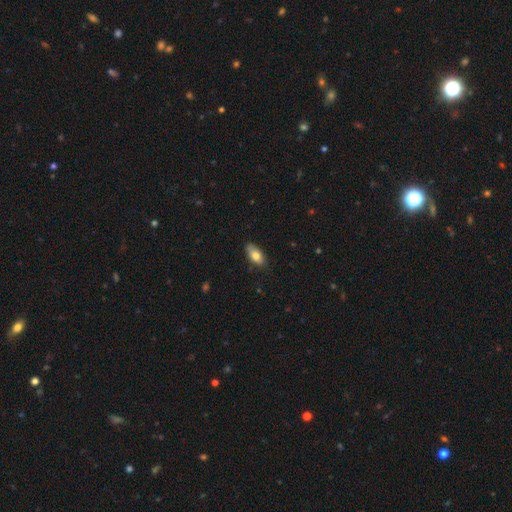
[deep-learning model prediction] smooth 77%, featured or disk 16%, star or artifact 7%. Down the decision tree: how rounded — in between (89%); merging — none (78%).